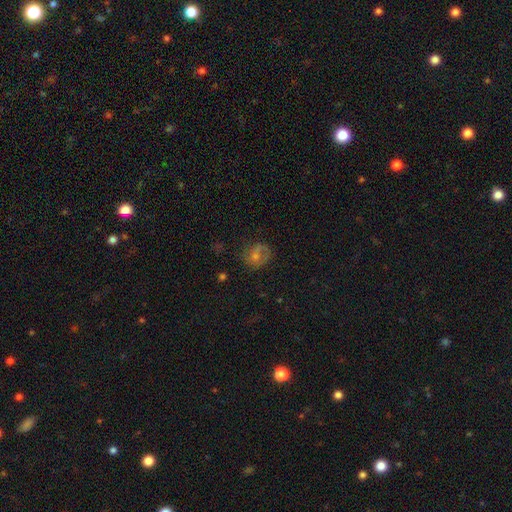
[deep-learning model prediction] This is marginally a featured or disk galaxy (45%). Merging: likely none (65%).